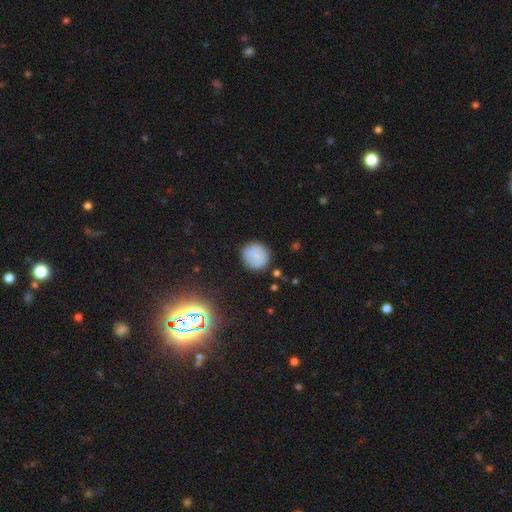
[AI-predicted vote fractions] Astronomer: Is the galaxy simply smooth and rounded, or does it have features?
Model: smooth — 74%.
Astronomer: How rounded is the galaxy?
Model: round — 92%.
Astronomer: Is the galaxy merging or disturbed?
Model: none — 85%.